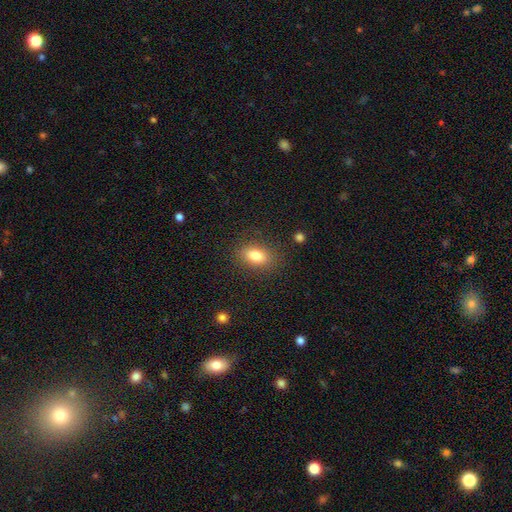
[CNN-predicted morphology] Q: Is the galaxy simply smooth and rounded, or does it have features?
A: smooth — 83%.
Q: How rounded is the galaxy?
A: in between — 85%.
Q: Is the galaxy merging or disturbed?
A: none — 84%.